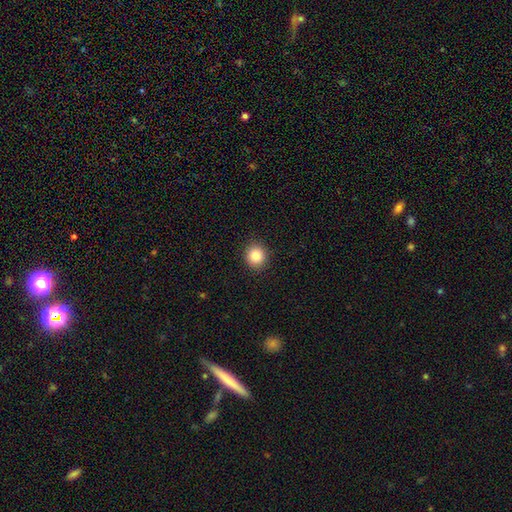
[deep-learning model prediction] The model was most divided on "how rounded": round: 87%, in between: 12%, cigar-shaped: 1%. More confident: merging — none (91%); smooth or featured — smooth (85%).